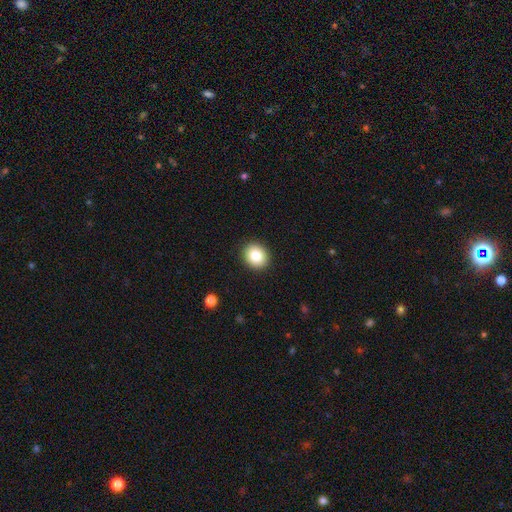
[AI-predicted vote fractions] smooth-or-featured: smooth: 83% | star or artifact: 9% | featured or disk: 7%
  how-rounded: round: 74% | in between: 25% | cigar-shaped: 1%
  merging: none: 91% | minor disturbance: 6% | major disturbance: 2% | merger: 1%